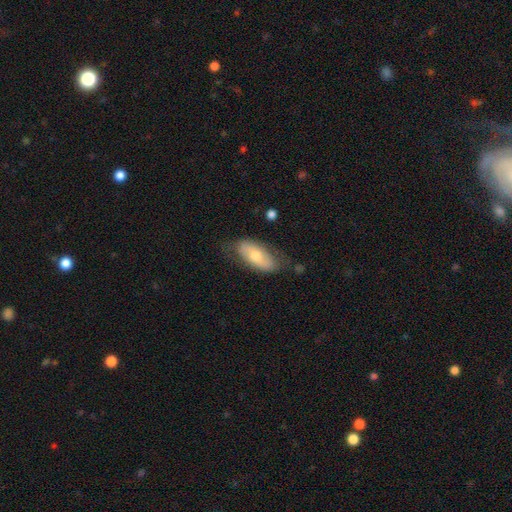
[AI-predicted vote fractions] A smooth galaxy with no disk features (58%) that is in between round and cigar-shaped (88%). Merging: none (67%).